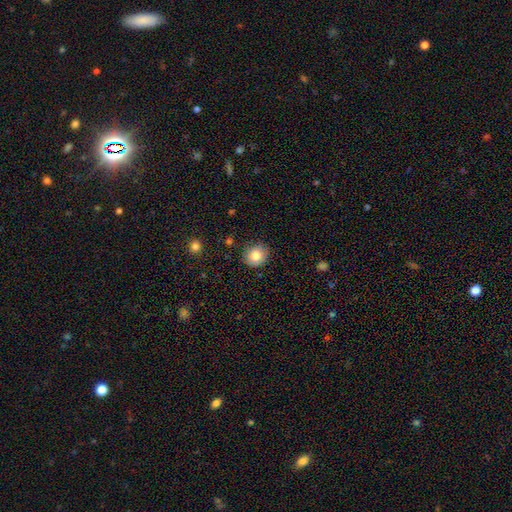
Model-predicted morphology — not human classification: This is clearly a smooth galaxy (84%). How rounded: clearly round (80%). Merging: clearly none (85%).